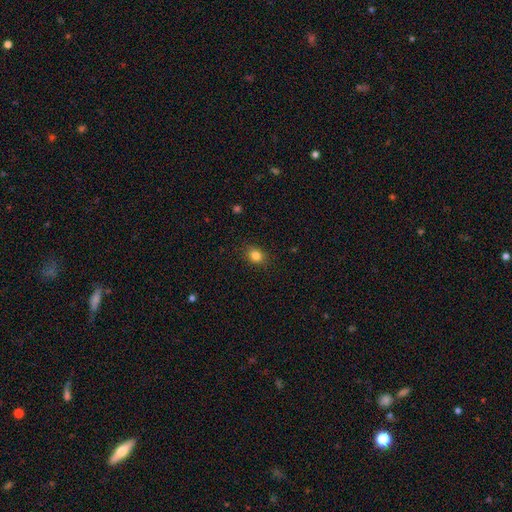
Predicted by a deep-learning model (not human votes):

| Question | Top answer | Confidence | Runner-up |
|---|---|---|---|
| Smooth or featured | smooth | 83% | star or artifact (11%) |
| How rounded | round | 56% | in between (43%) |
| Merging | none | 87% | minor disturbance (9%) |